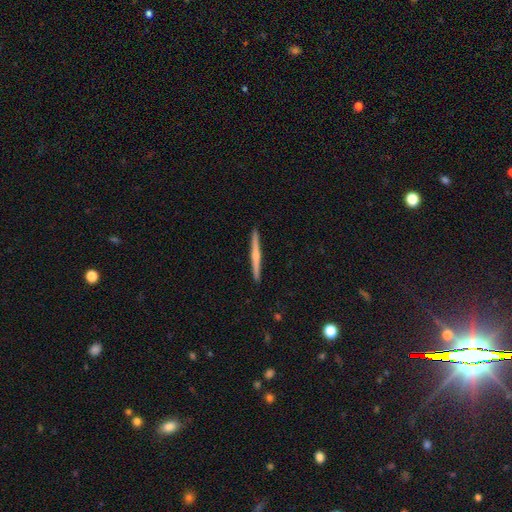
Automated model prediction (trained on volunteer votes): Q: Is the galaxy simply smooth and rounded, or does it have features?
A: featured or disk — 60%.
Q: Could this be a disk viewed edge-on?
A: yes — 98%.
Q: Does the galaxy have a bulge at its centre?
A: rounded — 67%.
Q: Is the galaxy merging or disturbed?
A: none — 93%.